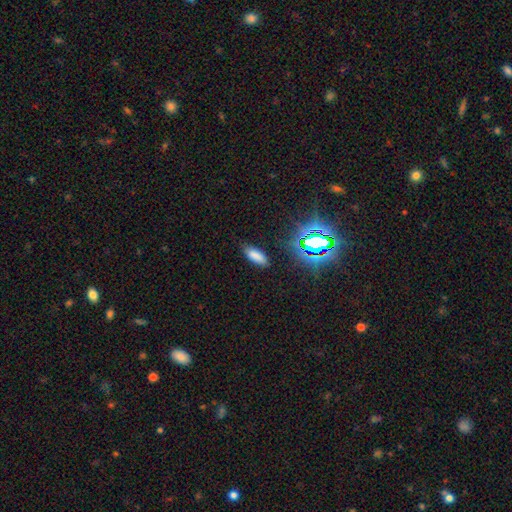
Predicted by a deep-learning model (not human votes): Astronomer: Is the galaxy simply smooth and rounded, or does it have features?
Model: smooth — 75%.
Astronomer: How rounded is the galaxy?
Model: in between — 76%.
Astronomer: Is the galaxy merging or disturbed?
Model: none — 82%.